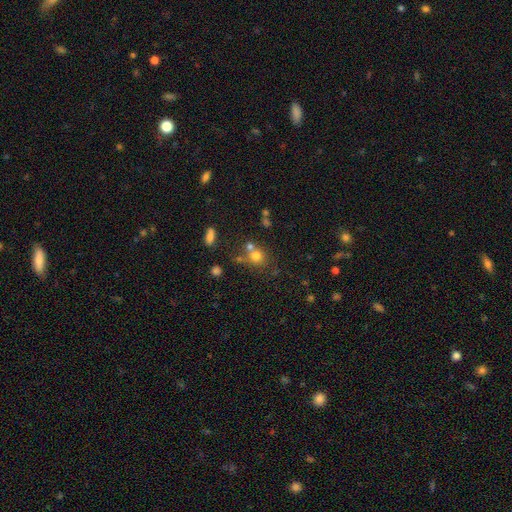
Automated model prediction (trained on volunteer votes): smooth-or-featured: smooth: 72% | star or artifact: 16% | featured or disk: 12%
  how-rounded: round: 82% | in between: 17% | cigar-shaped: 1%
  merging: none: 52% | merger: 33% | minor disturbance: 10% | major disturbance: 5%